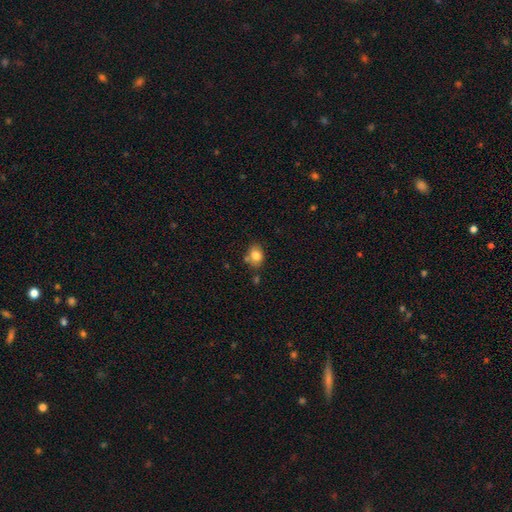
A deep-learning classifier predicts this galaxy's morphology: Smooth or featured? smooth (81%)
How rounded? in between (56%)
Merging? none (64%)